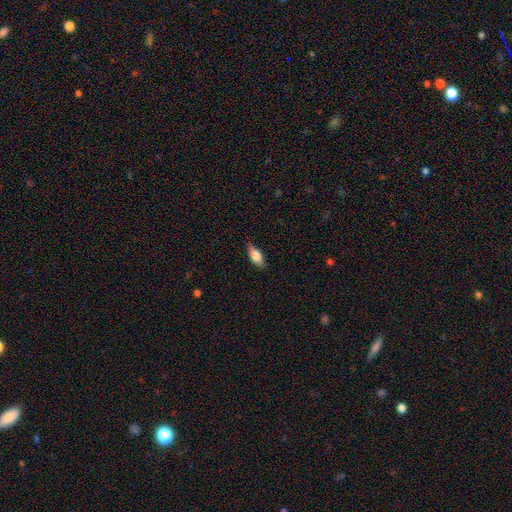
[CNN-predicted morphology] Smooth or featured? smooth (76%)
How rounded? in between (82%)
Merging? none (69%)